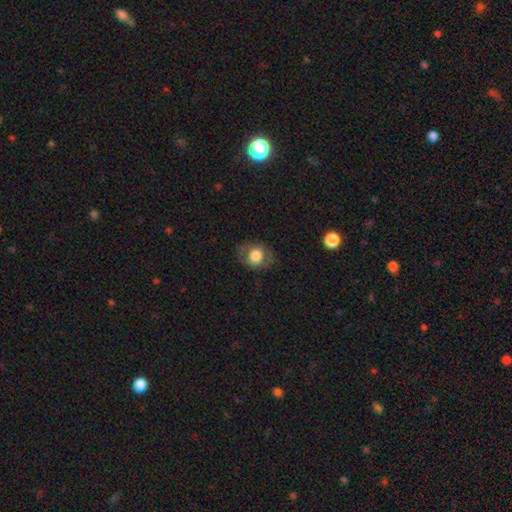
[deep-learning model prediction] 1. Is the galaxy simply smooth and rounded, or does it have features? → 69% smooth, 22% featured or disk, 9% star or artifact.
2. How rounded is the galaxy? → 63% round, 36% in between, 1% cigar-shaped.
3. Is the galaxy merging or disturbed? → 78% none, 14% minor disturbance, 7% major disturbance, 1% merger.